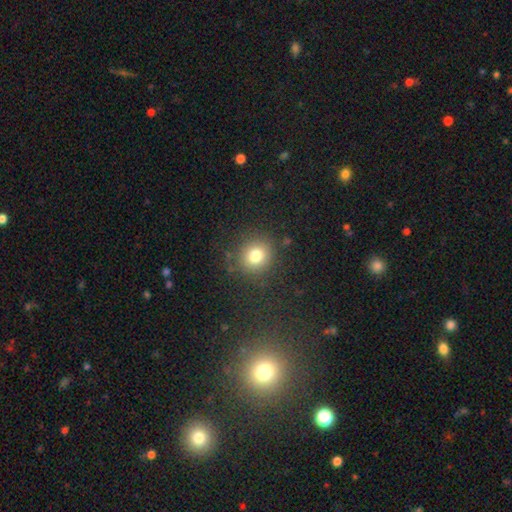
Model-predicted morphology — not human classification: The model was most divided on "smooth or featured": smooth: 78%, star or artifact: 14%, featured or disk: 8%. More confident: how rounded — round (86%); merging — none (85%).